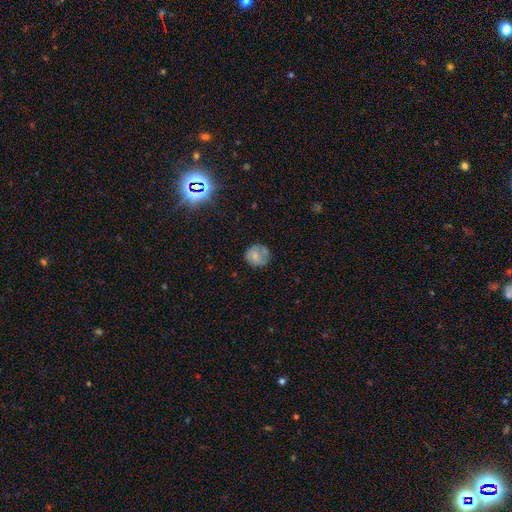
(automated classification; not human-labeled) Q: Smooth or featured?
A: smooth (68%); runner-up: featured or disk (21%)
Q: How rounded?
A: round (84%); runner-up: in between (15%)
Q: Merging?
A: none (60%); runner-up: minor disturbance (25%)